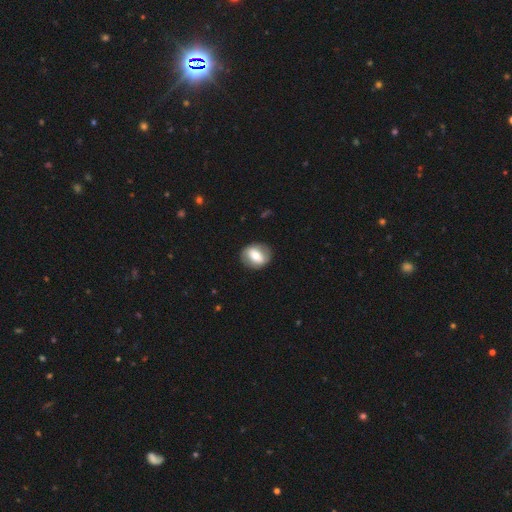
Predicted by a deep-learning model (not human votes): Smooth or featured: smooth — 55% (featured or disk — 38%)
How rounded: round — 57% (in between — 42%)
Merging: none — 84% (minor disturbance — 11%)